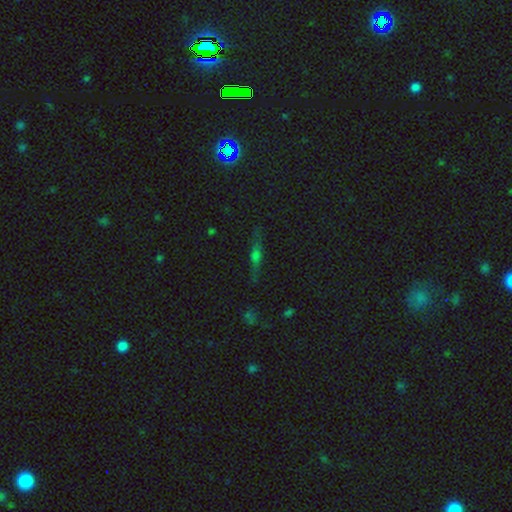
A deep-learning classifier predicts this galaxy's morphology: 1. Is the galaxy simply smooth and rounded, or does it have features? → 41% featured or disk, 38% smooth, 21% star or artifact.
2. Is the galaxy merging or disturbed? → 80% none, 13% minor disturbance, 4% major disturbance, 3% merger.